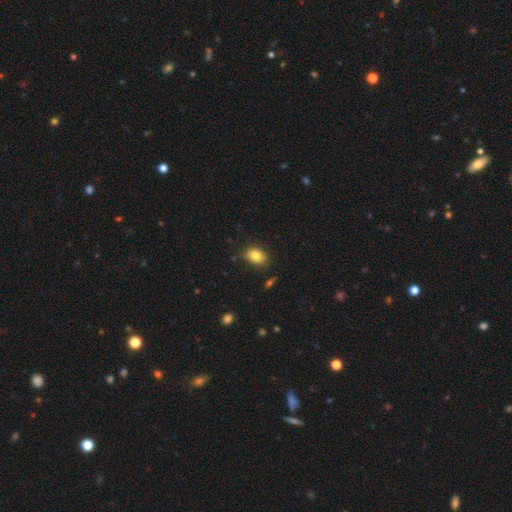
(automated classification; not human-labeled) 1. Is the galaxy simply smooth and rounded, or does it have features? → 83% smooth, 10% star or artifact, 8% featured or disk.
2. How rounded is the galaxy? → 69% in between, 30% round, 1% cigar-shaped.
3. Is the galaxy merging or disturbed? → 83% none, 13% minor disturbance, 3% major disturbance, 2% merger.